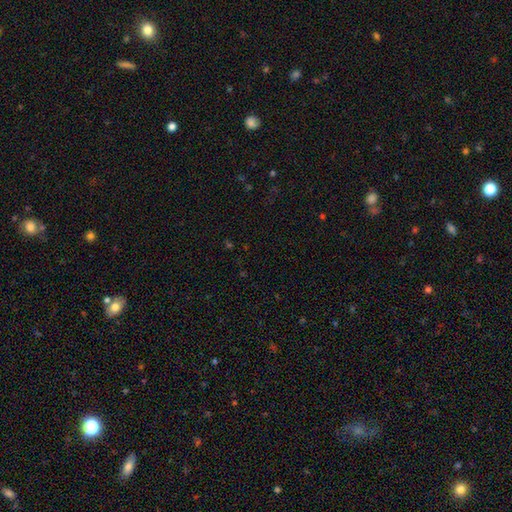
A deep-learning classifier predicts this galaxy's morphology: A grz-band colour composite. It shows a star or artifact, not a galaxy (60%).